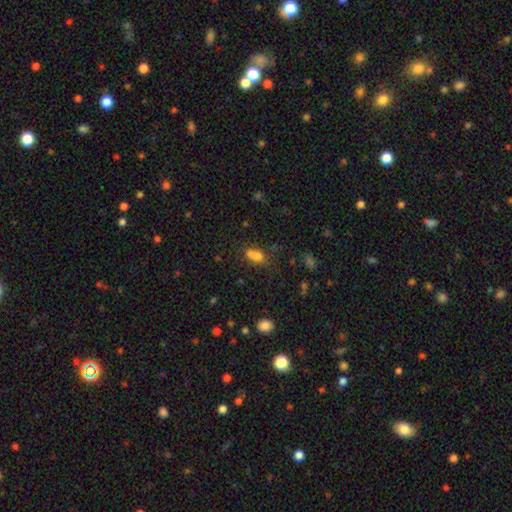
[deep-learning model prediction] smooth_or_featured: smooth (p=0.70) [alt: star or artifact p=0.16]
how_rounded: in between (p=0.50) [alt: round p=0.47]
merging: merger (p=0.53) [alt: none p=0.31]